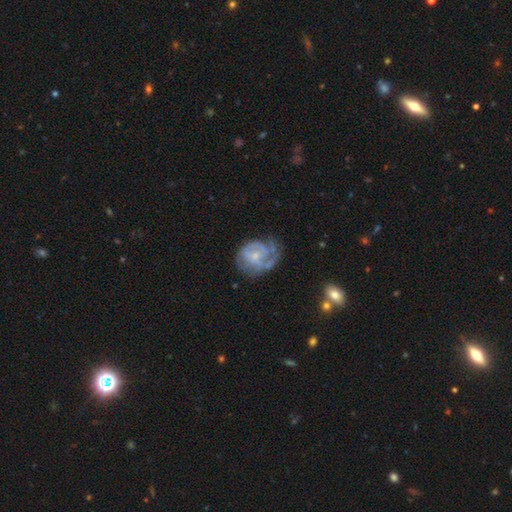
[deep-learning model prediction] Smooth or featured? Predicted: featured or disk (p=0.76). Edge-on disk? Predicted: no (p=0.98). Bar? Predicted: no (p=0.61). Spiral arms? Predicted: yes (p=0.83). Spiral winding? Predicted: tight (p=0.49). Spiral arm count? Predicted: can't tell (p=0.33). Bulge size? Predicted: small (p=0.65). Merging? Predicted: none (p=0.46).